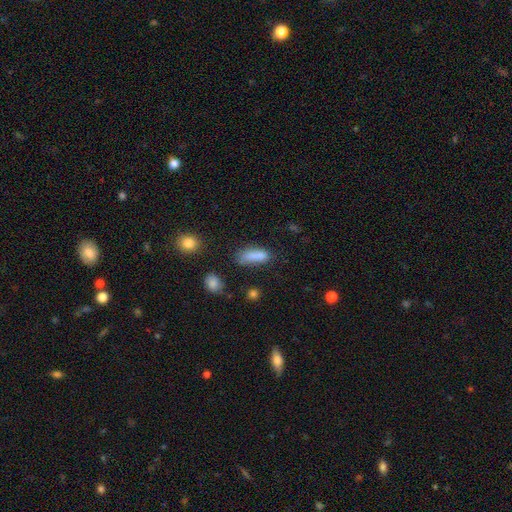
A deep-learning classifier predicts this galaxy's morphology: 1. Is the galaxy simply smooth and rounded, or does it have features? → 81% smooth, 11% star or artifact, 9% featured or disk.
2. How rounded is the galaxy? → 59% in between, 37% cigar-shaped, 3% round.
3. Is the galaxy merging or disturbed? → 53% none, 27% minor disturbance, 13% major disturbance, 8% merger.